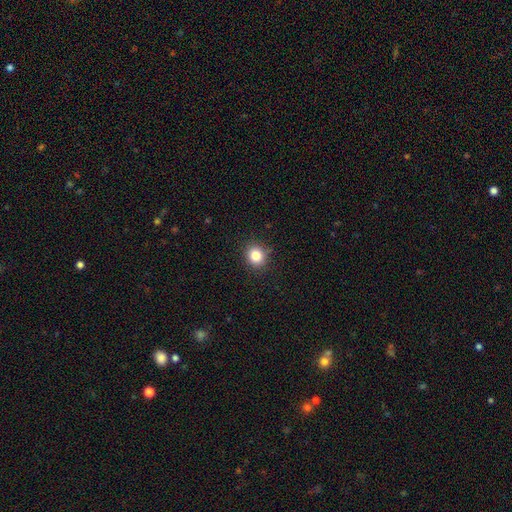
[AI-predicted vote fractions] A smooth galaxy with no disk features (83%) that is round (80%). Merging: none (88%).